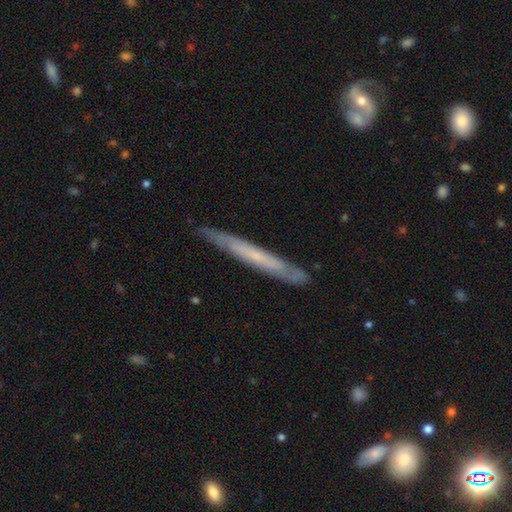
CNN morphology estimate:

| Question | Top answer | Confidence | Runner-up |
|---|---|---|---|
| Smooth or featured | featured or disk | 58% | smooth (36%) |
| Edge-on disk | yes | 88% | no (12%) |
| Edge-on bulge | none | 78% | rounded (17%) |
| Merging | none | 84% | minor disturbance (13%) |